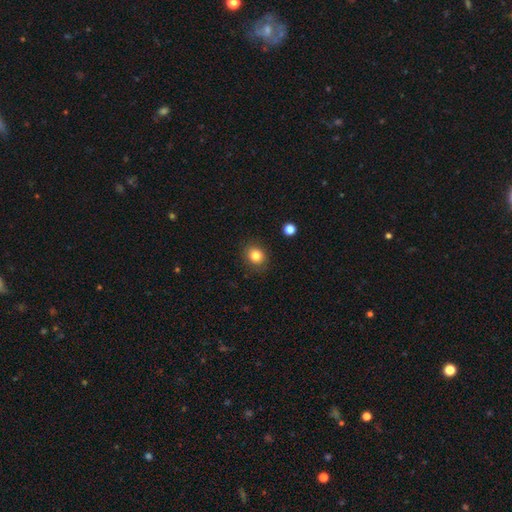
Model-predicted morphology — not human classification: smooth-or-featured: smooth: 82% | star or artifact: 11% | featured or disk: 6%
  how-rounded: round: 76% | in between: 23% | cigar-shaped: 1%
  merging: none: 87% | minor disturbance: 9% | major disturbance: 3% | merger: 1%